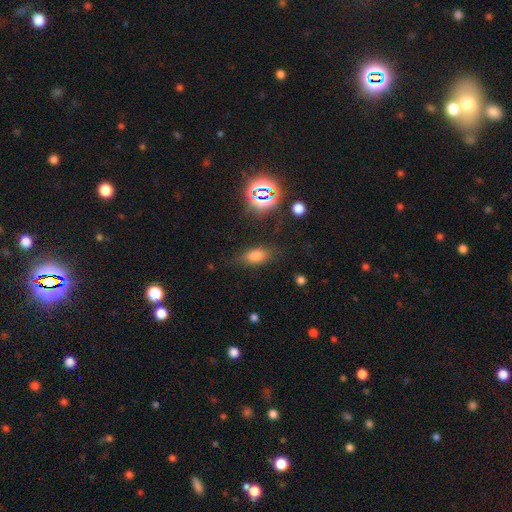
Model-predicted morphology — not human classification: The model was most divided on "smooth or featured": smooth: 70%, star or artifact: 19%, featured or disk: 12%. More confident: how rounded — in between (82%); merging — none (78%).